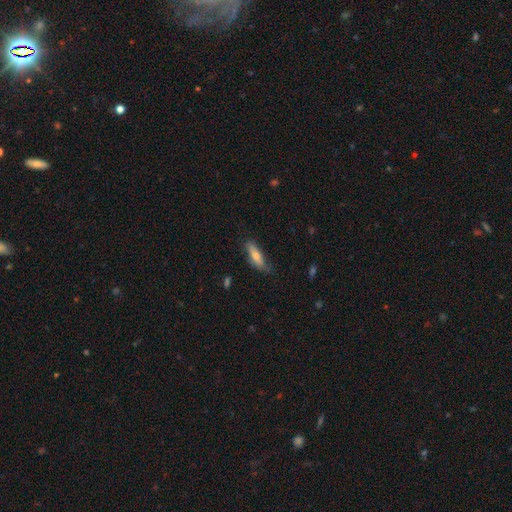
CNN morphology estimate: This is likely a smooth galaxy (66%). How rounded: possibly cigar-shaped (50%). Merging: likely none (66%).